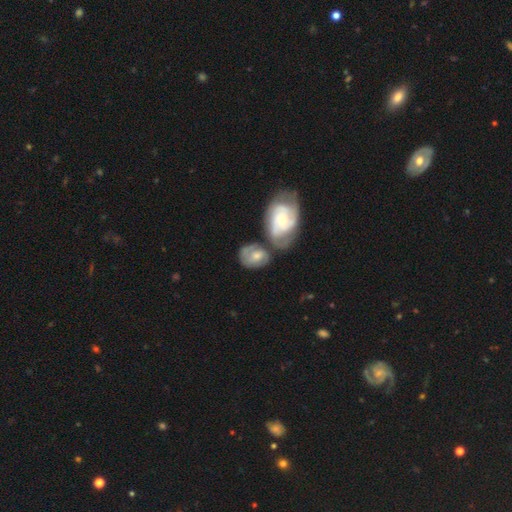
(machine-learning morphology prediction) A featured or disk galaxy (56%) with no bar (57%), spiral arms (82%) and a moderate central bulge (49%).

Vote fractions:
- Smooth or featured? featured or disk: 56% / smooth: 38% / star or artifact: 6%
- Edge-on disk? no: 95% / yes: 5%
- Bar? no: 57% / weak: 37% / strong: 7%
- Spiral arms? yes: 82% / no: 18%
- Bulge size? moderate: 49% / small: 42% / large: 5% / none: 3% / dominant: 1%
- Merging? merger: 42% / none: 35% / minor disturbance: 15% / major disturbance: 8%